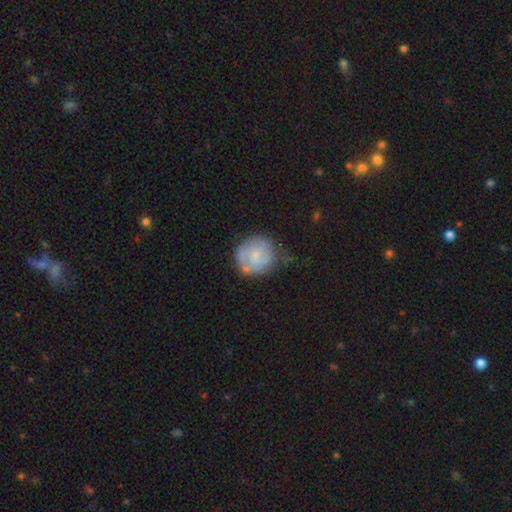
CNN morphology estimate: The model was most divided on "smooth or featured": smooth: 49%, featured or disk: 44%, star or artifact: 7%. More confident: merging — none (52%).